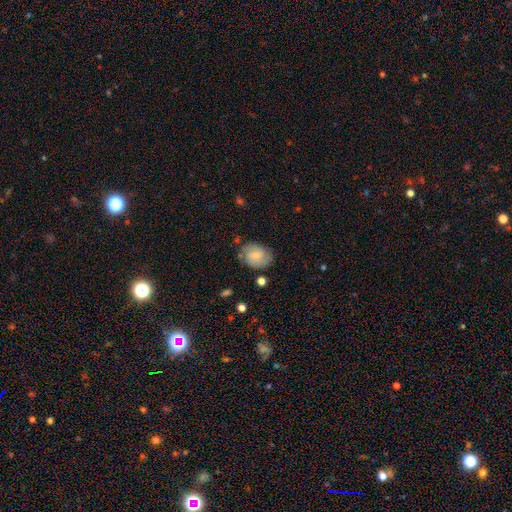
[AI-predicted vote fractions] The model was most divided on "smooth or featured": smooth: 53%, featured or disk: 39%, star or artifact: 8%. More confident: merging — none (73%); how rounded — in between (59%).